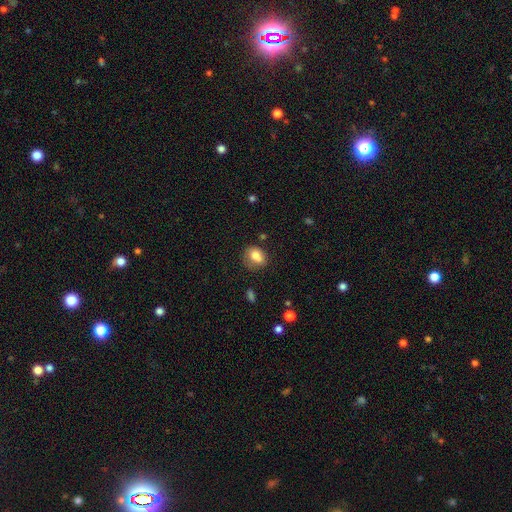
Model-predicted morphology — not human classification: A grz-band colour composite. It shows a smooth galaxy with no disk features (77%) that is in between round and cigar-shaped (52%). Merging: none (54%).